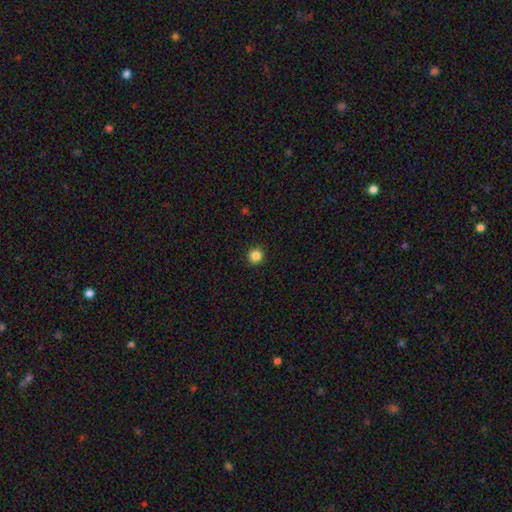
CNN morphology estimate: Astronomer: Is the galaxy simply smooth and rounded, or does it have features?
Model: smooth — 85%.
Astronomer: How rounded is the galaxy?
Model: round — 93%.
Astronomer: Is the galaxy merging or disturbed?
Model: none — 92%.